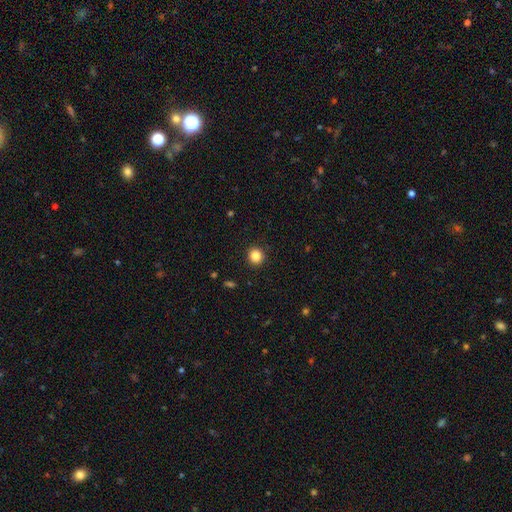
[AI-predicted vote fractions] A smooth galaxy with no disk features (84%) that is round (90%). Merging: none (91%).